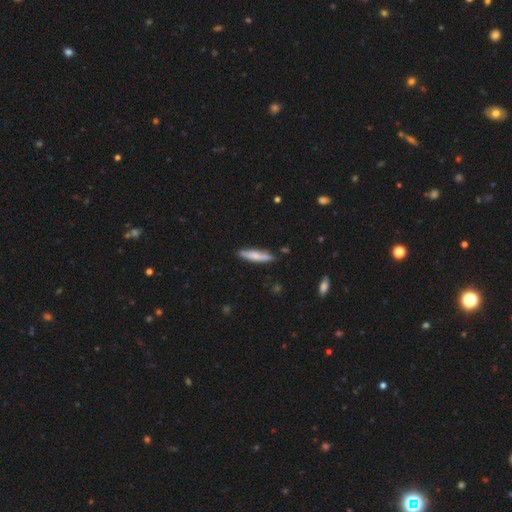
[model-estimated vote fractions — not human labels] Overall: smooth (70%). How rounded: cigar-shaped (85%). Merging: none (83%).